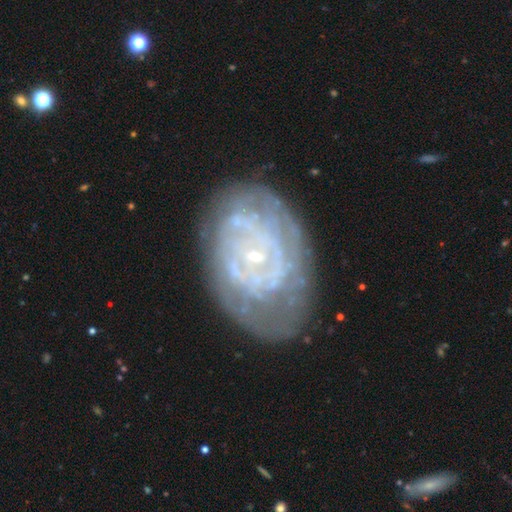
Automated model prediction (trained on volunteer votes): Overall: featured or disk (80%). Edge-on disk: no (96%). Bar: no (73%). Spiral arms: yes (76%). Spiral arm count: can't tell (56%; 2 16%). Spiral winding: tight (73%). Bulge size: small (83%). Merging: none (63%).